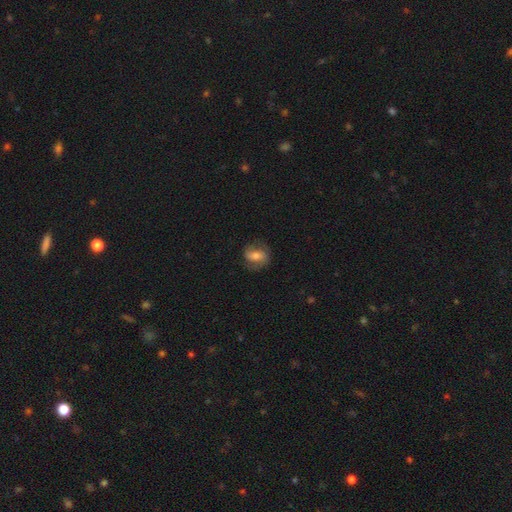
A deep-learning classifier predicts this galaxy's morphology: Q: Smooth or featured?
A: featured or disk (53%); runner-up: smooth (39%)
Q: Edge-on disk?
A: no (96%); runner-up: yes (4%)
Q: Bar?
A: weak (38%); runner-up: no (32%)
Q: Spiral arms?
A: yes (81%); runner-up: no (19%)
Q: Bulge size?
A: moderate (56%); runner-up: small (29%)
Q: Merging?
A: none (71%); runner-up: minor disturbance (18%)